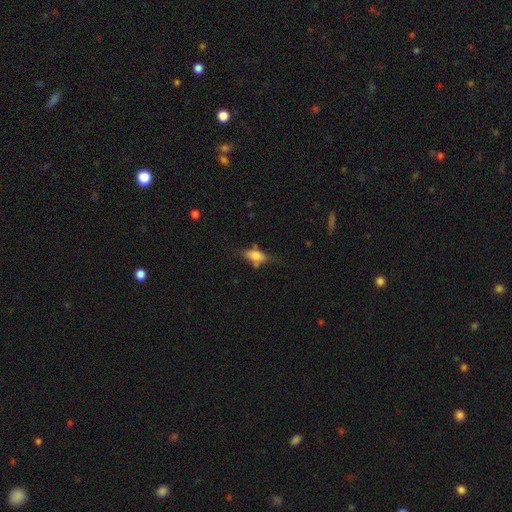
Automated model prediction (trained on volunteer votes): This appears to be a smooth galaxy with no disk features (60%) that is in between round and cigar-shaped (74%). Merging: none (52%).